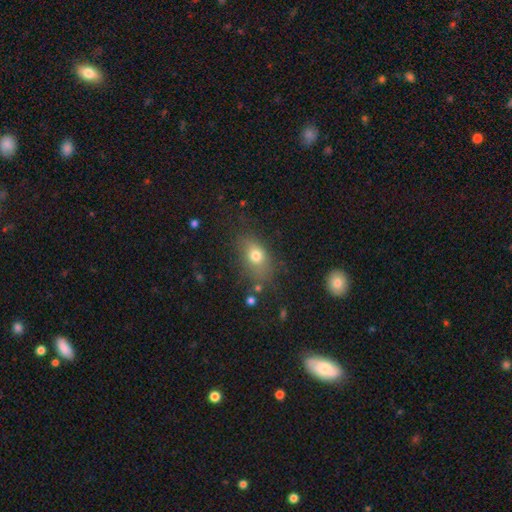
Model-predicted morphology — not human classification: A smooth galaxy with no disk features (75%) that is in between round and cigar-shaped (73%). Merging: none (66%).